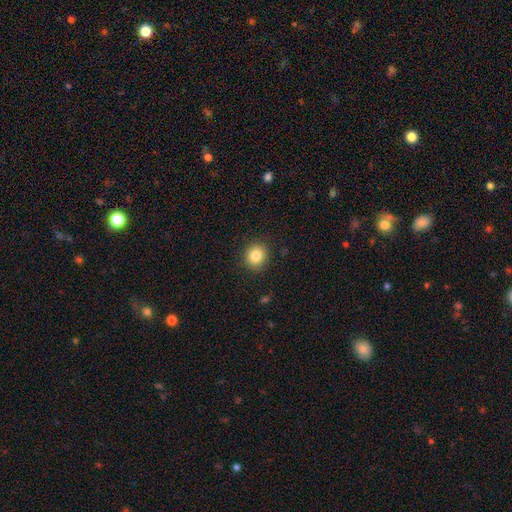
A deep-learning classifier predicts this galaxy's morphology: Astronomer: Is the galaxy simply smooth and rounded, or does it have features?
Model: smooth — 83%.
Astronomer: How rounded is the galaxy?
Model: round — 81%.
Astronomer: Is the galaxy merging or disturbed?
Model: none — 89%.